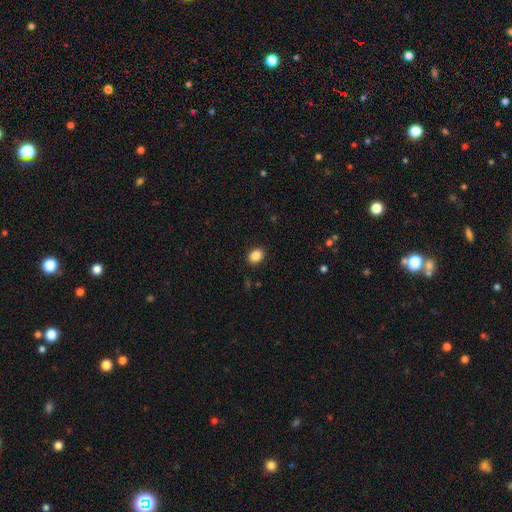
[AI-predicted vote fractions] This appears to be a smooth galaxy with no disk features (87%) that is in between round and cigar-shaped (63%). Merging: none (89%).